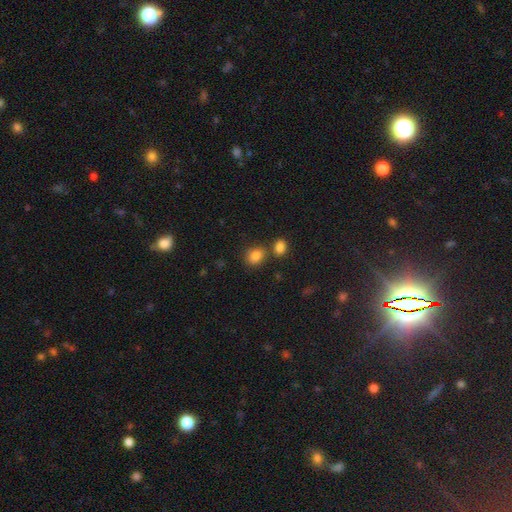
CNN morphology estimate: Smooth or featured? Predicted: smooth (p=0.84). How rounded? Predicted: round (p=0.51). Merging? Predicted: none (p=0.62).